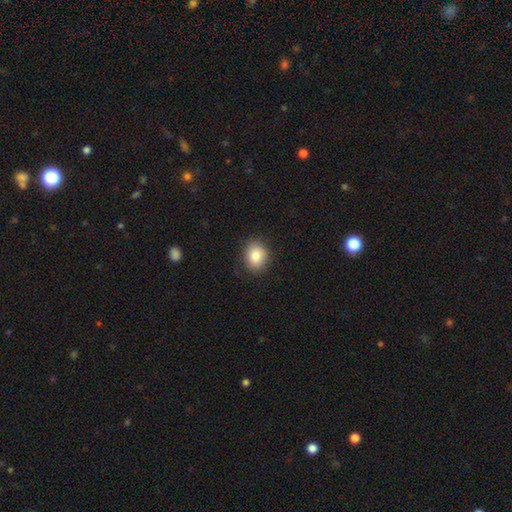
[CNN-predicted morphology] Smooth or featured?
  - smooth: 84% *
  - star or artifact: 9%
  - featured or disk: 7%
How rounded?
  - round: 54% *
  - in between: 45%
  - cigar-shaped: 1%
Merging?
  - none: 86% *
  - minor disturbance: 10%
  - major disturbance: 3%
  - merger: 1%